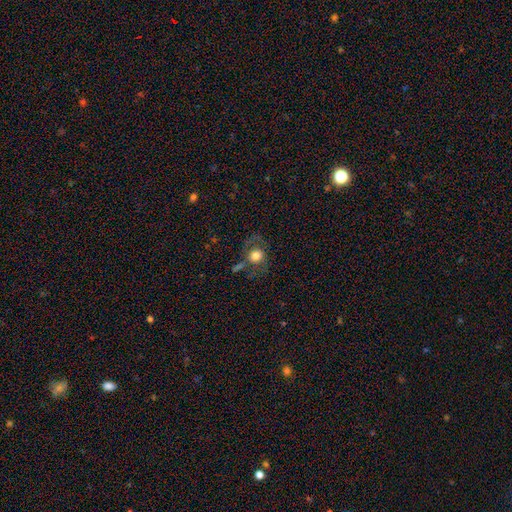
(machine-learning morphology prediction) Q: Smooth or featured?
A: smooth (66%); runner-up: featured or disk (24%)
Q: How rounded?
A: round (77%); runner-up: in between (22%)
Q: Merging?
A: none (52%); runner-up: minor disturbance (19%)